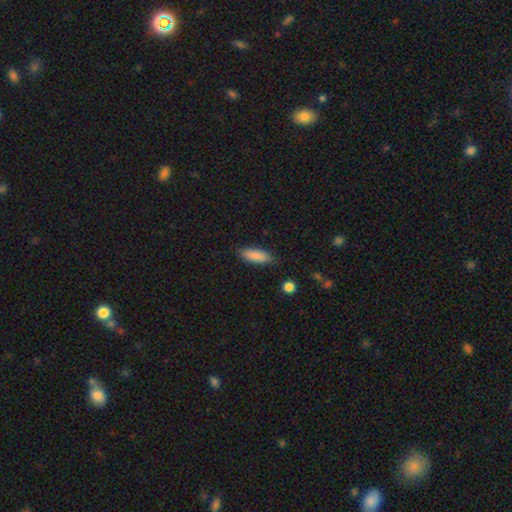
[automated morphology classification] This is clearly a smooth galaxy (86%). How rounded: likely in between (61%). Merging: clearly none (84%).